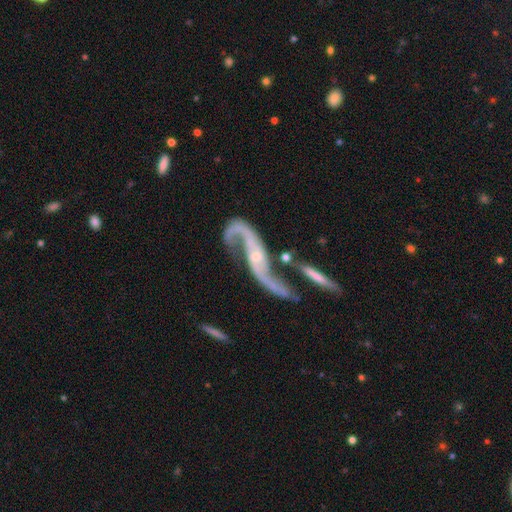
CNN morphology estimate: smooth_or_featured: featured or disk (p=0.89) [alt: star or artifact p=0.05]
disk_edge_on: no (p=0.91) [alt: yes p=0.09]
bar: no (p=0.52) [alt: weak p=0.33]
has_spiral_arms: yes (p=0.94) [alt: no p=0.06]
spiral_winding: loose (p=0.82) [alt: medium p=0.14]
spiral_arm_count: 2 (p=0.90) [alt: 1 p=0.05]
bulge_size: small (p=0.62) [alt: moderate p=0.25]
merging: none (p=0.35) [alt: merger p=0.30]